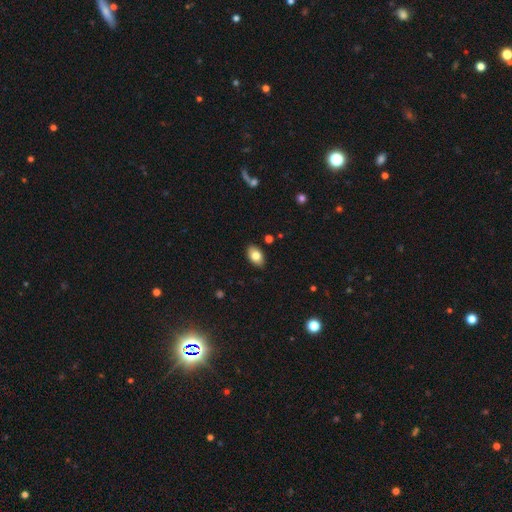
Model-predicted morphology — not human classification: Overall: smooth (81%). How rounded: in between (91%). Merging: none (88%).